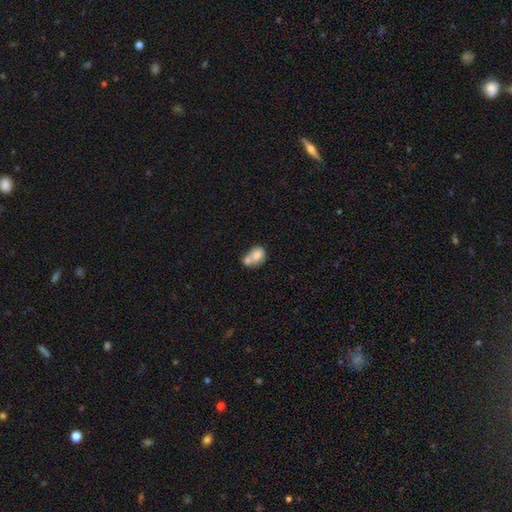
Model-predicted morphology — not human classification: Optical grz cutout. It shows a smooth galaxy with no disk features (70%) that is in between round and cigar-shaped (67%). Merging: merger (61%).